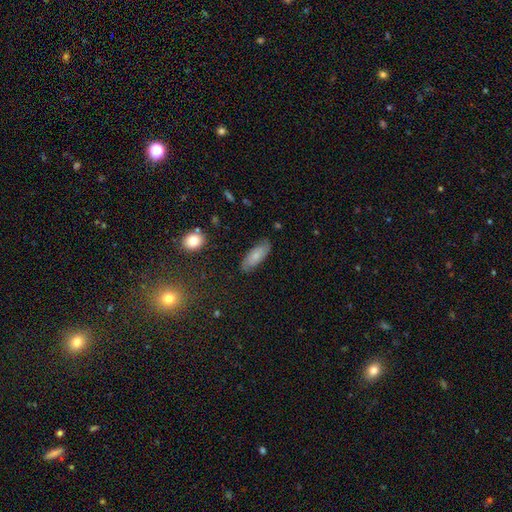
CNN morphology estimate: A smooth galaxy with no disk features (66%) that is in between round and cigar-shaped (77%).

Vote fractions:
- Smooth or featured? smooth: 66% / featured or disk: 27% / star or artifact: 7%
- How rounded? in between: 77% / cigar-shaped: 21% / round: 2%
- Merging? none: 80% / minor disturbance: 15% / major disturbance: 3% / merger: 1%